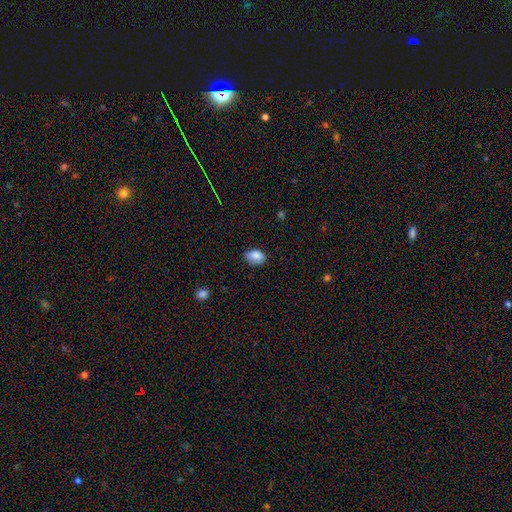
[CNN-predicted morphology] A smooth galaxy with no disk features (86%) that is in between round and cigar-shaped (75%). Merging: none (74%).